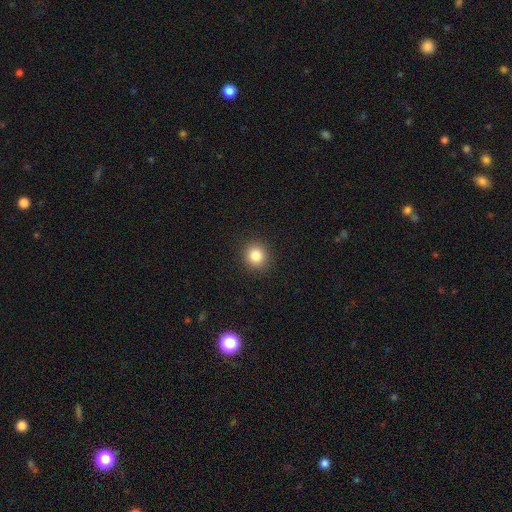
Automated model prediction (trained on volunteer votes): smooth_or_featured: smooth (p=0.83) [alt: star or artifact p=0.11]
how_rounded: round (p=0.89) [alt: in between p=0.10]
merging: none (p=0.91) [alt: minor disturbance p=0.06]